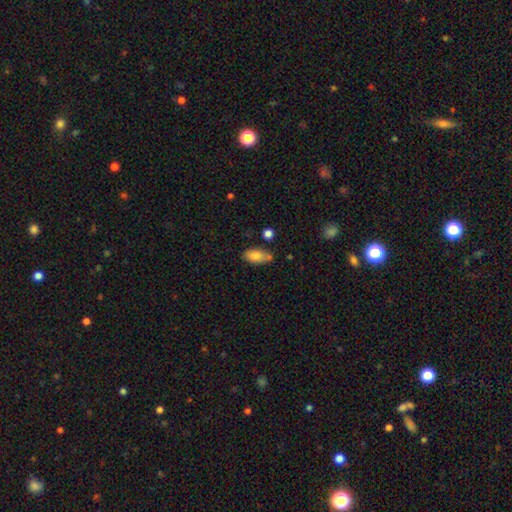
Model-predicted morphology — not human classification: smooth 81%, featured or disk 12%, star or artifact 7%. Down the decision tree: how rounded — in between (89%); merging — none (65%).